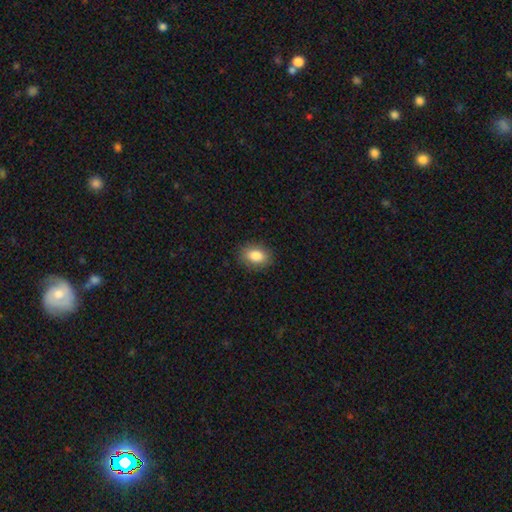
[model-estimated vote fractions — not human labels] This appears to be a smooth galaxy with no disk features (84%) that is in between round and cigar-shaped (78%). Merging: none (87%).